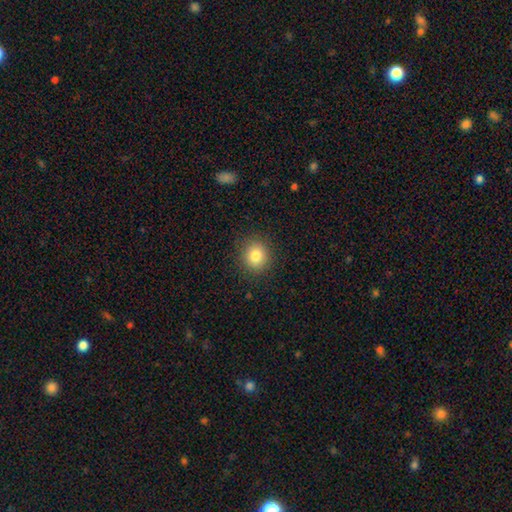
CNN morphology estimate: Smooth or featured? Predicted: smooth (p=0.82). How rounded? Predicted: round (p=0.84). Merging? Predicted: none (p=0.89).